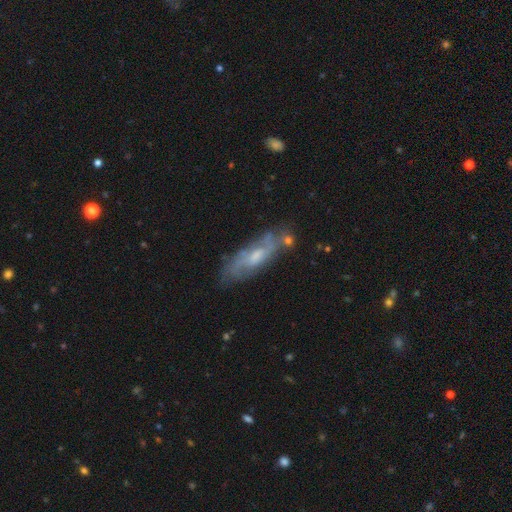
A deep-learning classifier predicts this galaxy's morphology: Smooth or featured? Predicted: featured or disk (p=0.62). Edge-on disk? Predicted: no (p=0.71). Merging? Predicted: none (p=0.66).